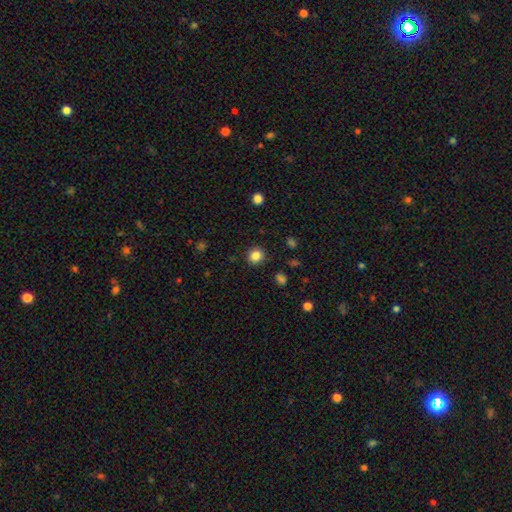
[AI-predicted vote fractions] smooth_or_featured: smooth (p=0.84) [alt: star or artifact p=0.11]
how_rounded: round (p=0.87) [alt: in between p=0.12]
merging: none (p=0.90) [alt: minor disturbance p=0.07]